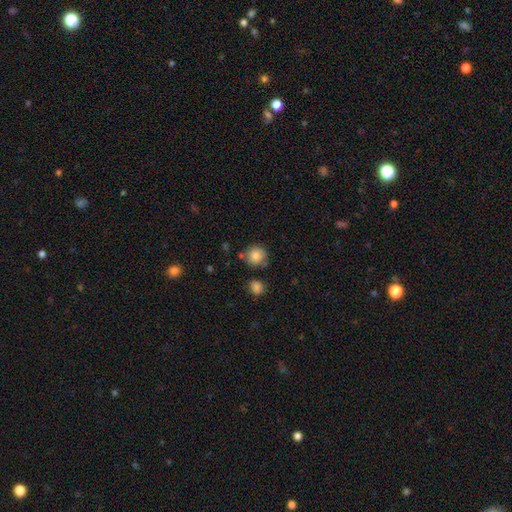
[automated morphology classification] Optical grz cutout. It shows a smooth galaxy with no disk features (84%) that is round (91%). Merging: none (77%).